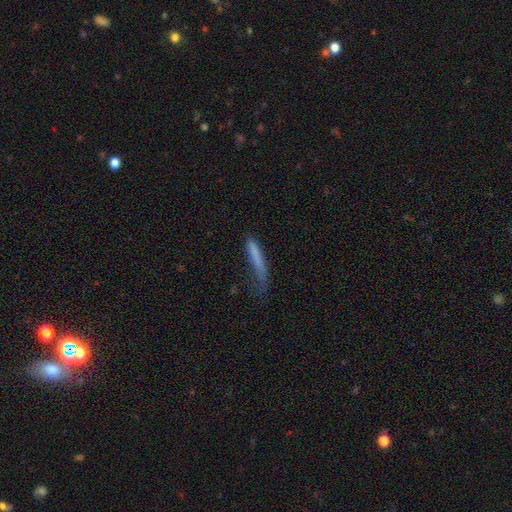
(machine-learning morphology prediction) A smooth galaxy with no disk features (73%) that is cigar-shaped (91%).

Vote fractions:
- Smooth or featured? smooth: 73% / featured or disk: 18% / star or artifact: 9%
- How rounded? cigar-shaped: 91% / in between: 7% / round: 2%
- Merging? none: 41% / minor disturbance: 29% / major disturbance: 27% / merger: 4%